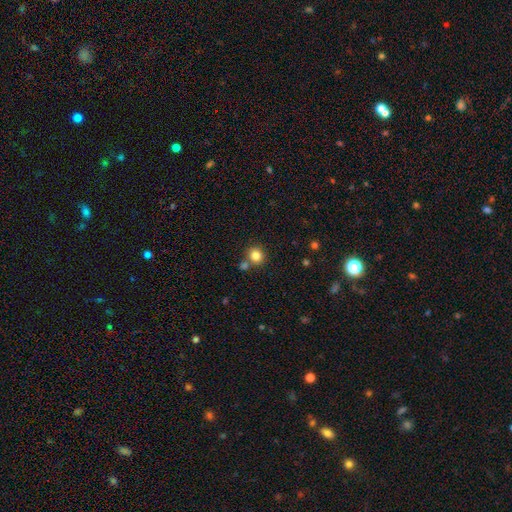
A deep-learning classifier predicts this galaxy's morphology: A smooth galaxy with no disk features (83%) that is round (88%).

Vote fractions:
- Smooth or featured? smooth: 83% / star or artifact: 12% / featured or disk: 6%
- How rounded? round: 88% / in between: 11% / cigar-shaped: 1%
- Merging? none: 73% / merger: 17% / minor disturbance: 8% / major disturbance: 3%